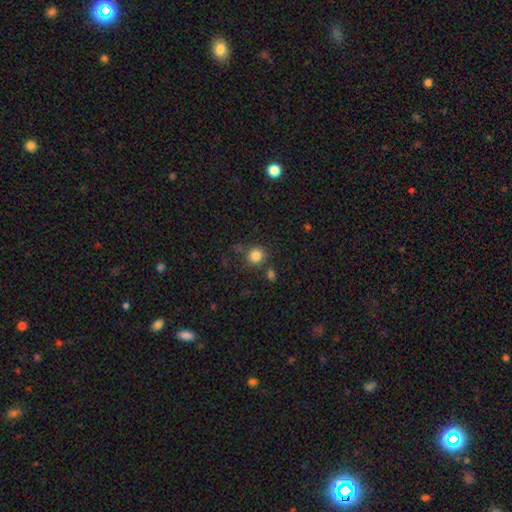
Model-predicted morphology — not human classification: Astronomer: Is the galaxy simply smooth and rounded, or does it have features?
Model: smooth — 83%.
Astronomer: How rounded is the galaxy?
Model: round — 86%.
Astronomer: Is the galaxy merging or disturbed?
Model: none — 76%.